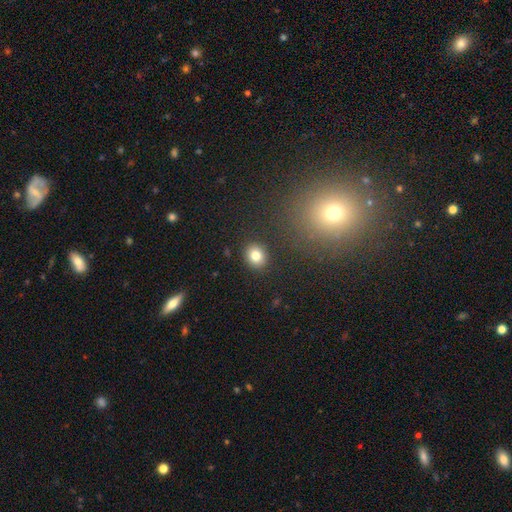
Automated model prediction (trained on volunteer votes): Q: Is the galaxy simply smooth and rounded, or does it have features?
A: smooth — 81%.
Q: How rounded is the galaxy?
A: round — 67%.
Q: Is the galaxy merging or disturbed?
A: none — 89%.